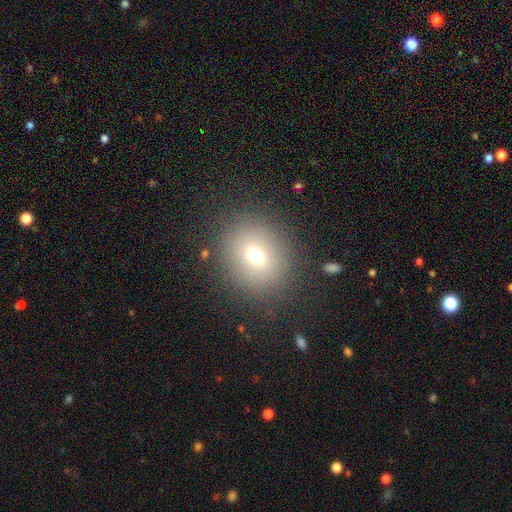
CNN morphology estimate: Q: Smooth or featured?
A: smooth (69%); runner-up: star or artifact (18%)
Q: How rounded?
A: round (74%); runner-up: in between (25%)
Q: Merging?
A: none (85%); runner-up: minor disturbance (8%)